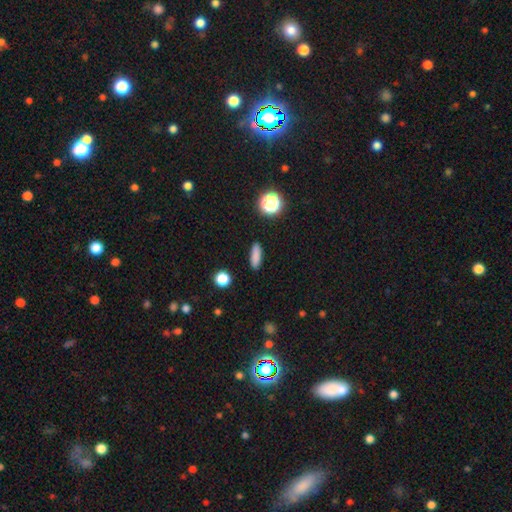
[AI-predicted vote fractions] This appears to be a smooth galaxy with no disk features (83%) that is cigar-shaped (59%). Merging: none (89%).